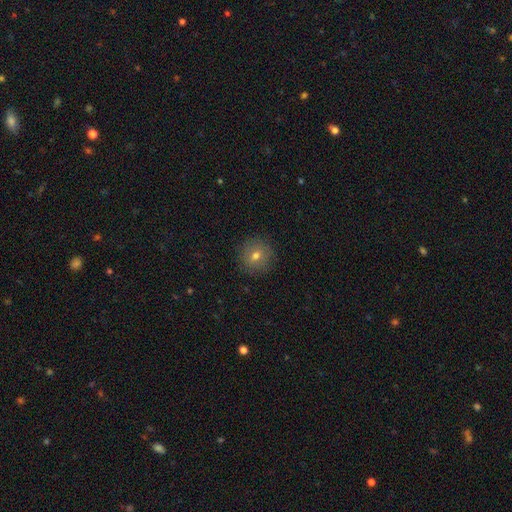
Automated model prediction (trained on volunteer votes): smooth_or_featured: smooth (p=0.71) [alt: featured or disk p=0.17]
how_rounded: round (p=0.92) [alt: in between p=0.07]
merging: none (p=0.89) [alt: minor disturbance p=0.07]